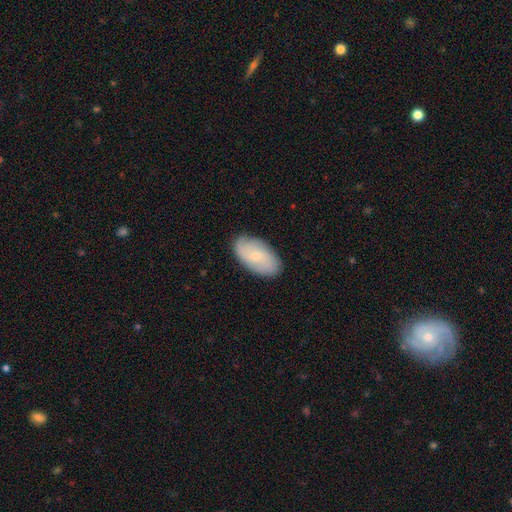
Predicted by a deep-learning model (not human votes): The model was most divided on "smooth or featured": smooth: 48%, featured or disk: 45%, star or artifact: 7%. More confident: merging — none (85%).